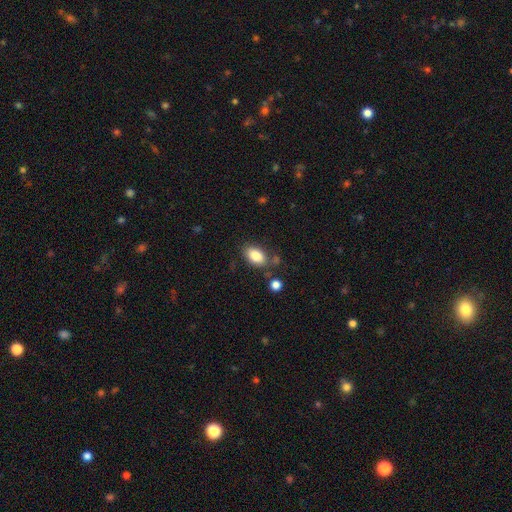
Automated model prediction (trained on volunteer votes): A smooth galaxy with no disk features (85%) that is in between round and cigar-shaped (91%). Merging: none (73%).